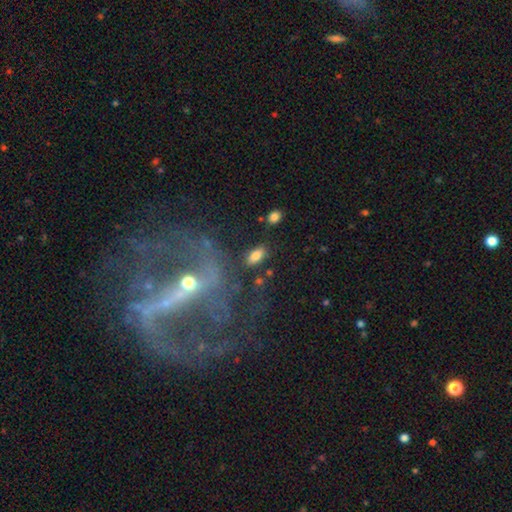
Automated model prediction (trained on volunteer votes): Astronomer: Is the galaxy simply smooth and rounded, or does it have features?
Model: smooth — 81%.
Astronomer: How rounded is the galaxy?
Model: in between — 89%.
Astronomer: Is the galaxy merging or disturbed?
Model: none — 82%.